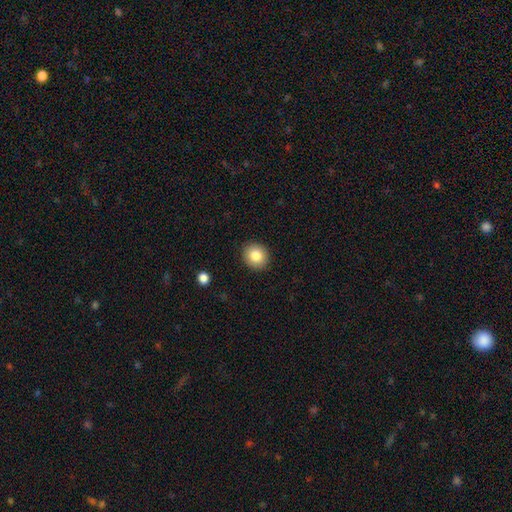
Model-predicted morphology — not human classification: This appears to be a smooth galaxy with no disk features (84%) that is round (76%). Merging: none (91%).